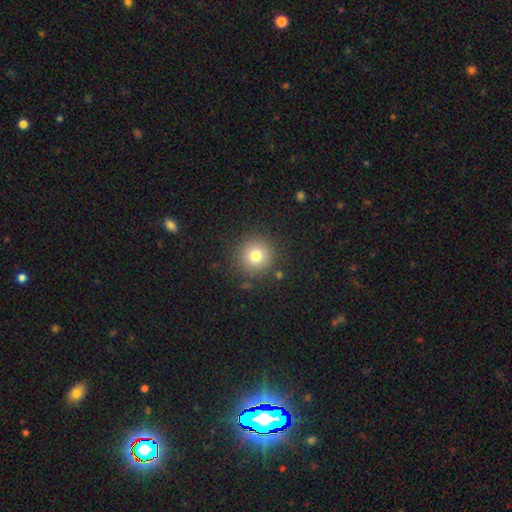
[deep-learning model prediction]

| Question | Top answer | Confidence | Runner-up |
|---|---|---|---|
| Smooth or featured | smooth | 76% | star or artifact (13%) |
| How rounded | round | 95% | in between (4%) |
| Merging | none | 88% | minor disturbance (7%) |